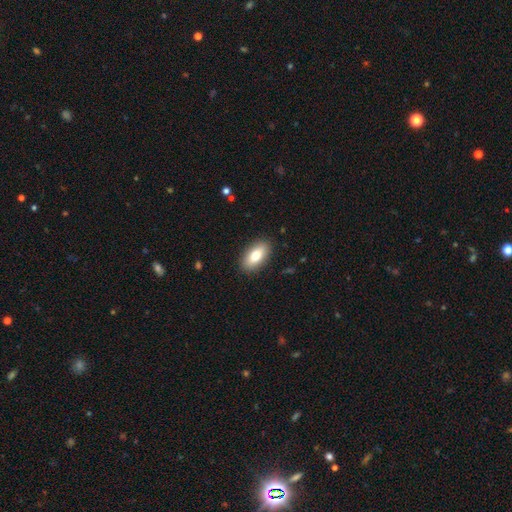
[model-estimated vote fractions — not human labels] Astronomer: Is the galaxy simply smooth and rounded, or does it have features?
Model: smooth — 79%.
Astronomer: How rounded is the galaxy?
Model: in between — 92%.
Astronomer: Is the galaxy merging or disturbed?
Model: none — 89%.